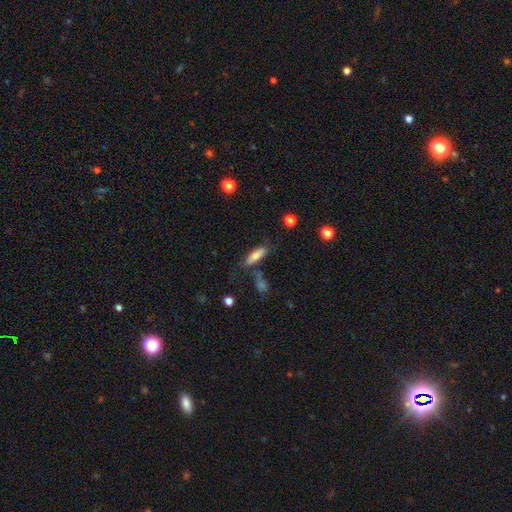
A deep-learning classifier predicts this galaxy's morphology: smooth_or_featured: smooth (p=0.77) [alt: featured or disk p=0.15]
how_rounded: in between (p=0.53) [alt: cigar-shaped p=0.45]
merging: none (p=0.65) [alt: minor disturbance p=0.17]